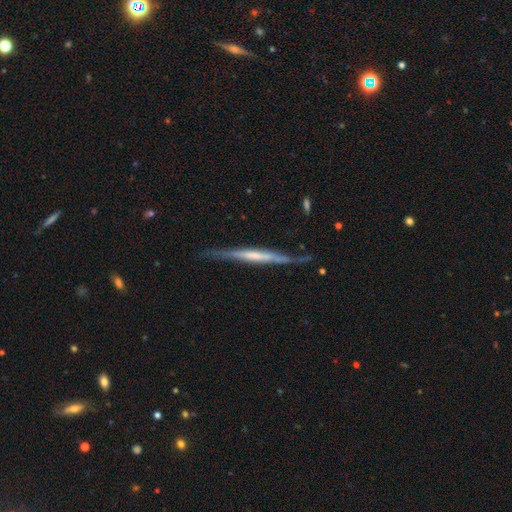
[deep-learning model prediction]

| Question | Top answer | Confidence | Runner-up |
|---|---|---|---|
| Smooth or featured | featured or disk | 68% | smooth (27%) |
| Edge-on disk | yes | 93% | no (7%) |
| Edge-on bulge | none | 57% | boxy (24%) |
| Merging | none | 72% | minor disturbance (21%) |